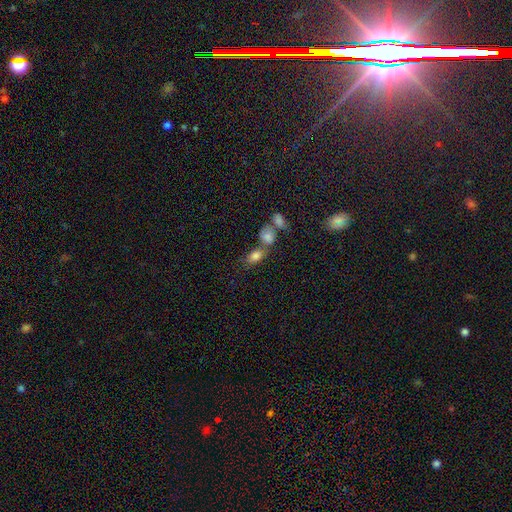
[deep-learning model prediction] This is likely a smooth galaxy (80%). How rounded: clearly in between (83%). Merging: marginally none (43%).